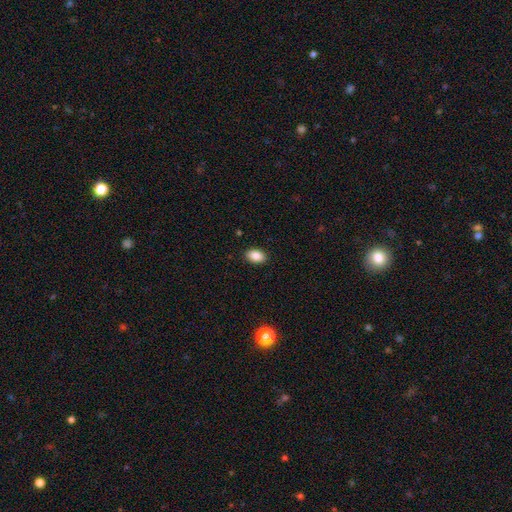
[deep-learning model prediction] Smooth or featured? Predicted: smooth (p=0.87). How rounded? Predicted: in between (p=0.89). Merging? Predicted: none (p=0.90).